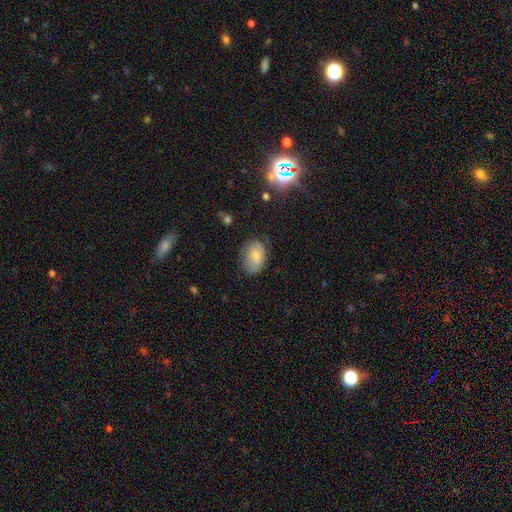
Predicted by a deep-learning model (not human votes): smooth-or-featured: smooth: 69% | featured or disk: 22% | star or artifact: 8%
  how-rounded: in between: 85% | round: 14% | cigar-shaped: 1%
  merging: none: 61% | minor disturbance: 28% | major disturbance: 9% | merger: 2%